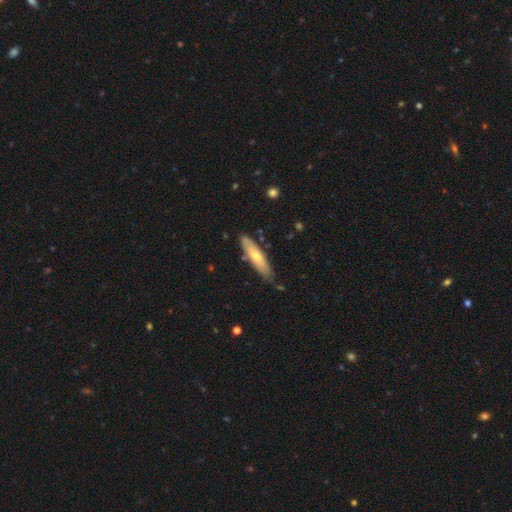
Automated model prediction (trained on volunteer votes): This is possibly a smooth galaxy (55%). How rounded: likely cigar-shaped (77%). Merging: likely none (79%).